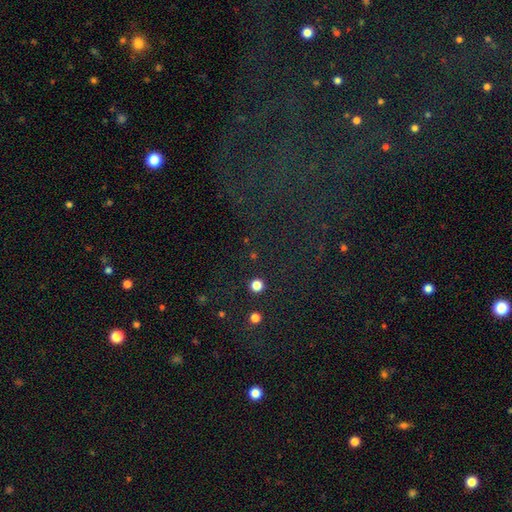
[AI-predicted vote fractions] Morphology: type=star or artifact (81%).